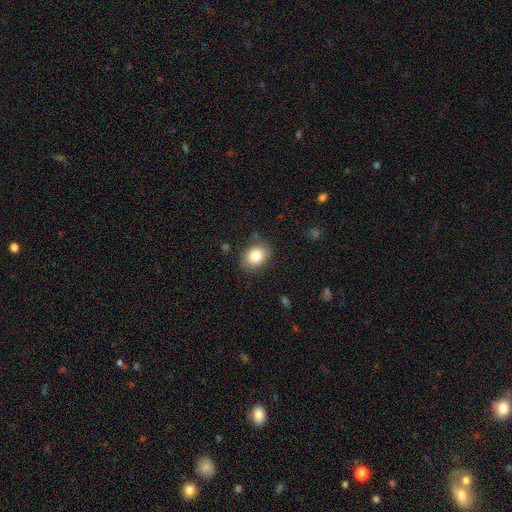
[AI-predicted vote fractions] A smooth galaxy with no disk features (83%) that is in between round and cigar-shaped (60%). Merging: none (82%).